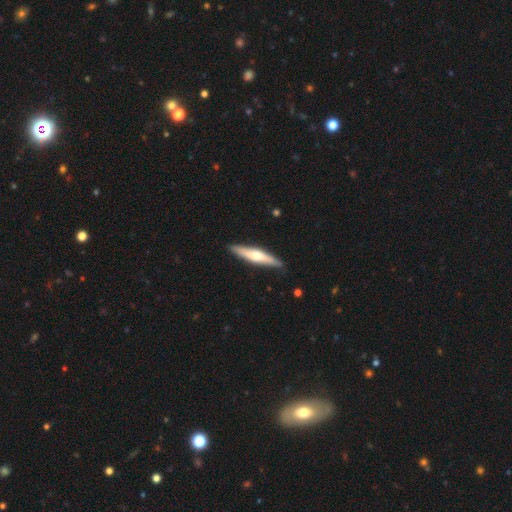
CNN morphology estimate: featured or disk 52%, smooth 43%, star or artifact 5%. Down the decision tree: edge-on disk — yes (92%); merging — none (89%).